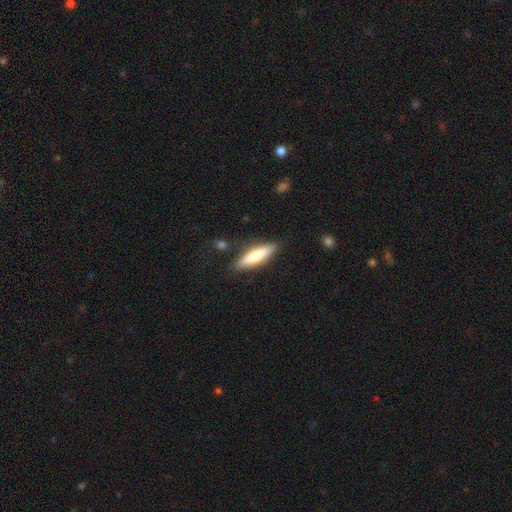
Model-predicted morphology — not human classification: Smooth or featured?
  - smooth: 72% *
  - featured or disk: 23%
  - star or artifact: 6%
How rounded?
  - cigar-shaped: 71% *
  - in between: 27%
  - round: 1%
Merging?
  - none: 84% *
  - minor disturbance: 11%
  - major disturbance: 3%
  - merger: 2%